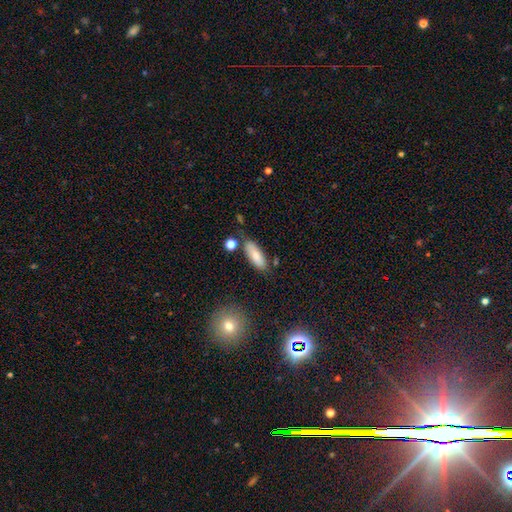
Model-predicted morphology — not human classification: Overall: smooth (84%). How rounded: in between (65%; cigar-shaped 33%). Merging: none (74%).